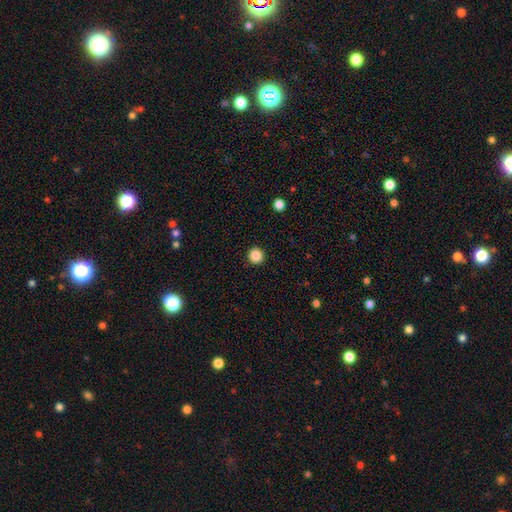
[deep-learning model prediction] A smooth galaxy with no disk features (87%) that is round (95%).

Vote fractions:
- Smooth or featured? smooth: 87% / star or artifact: 11% / featured or disk: 3%
- How rounded? round: 95% / in between: 4% / cigar-shaped: 1%
- Merging? none: 93% / minor disturbance: 4% / major disturbance: 2% / merger: 1%